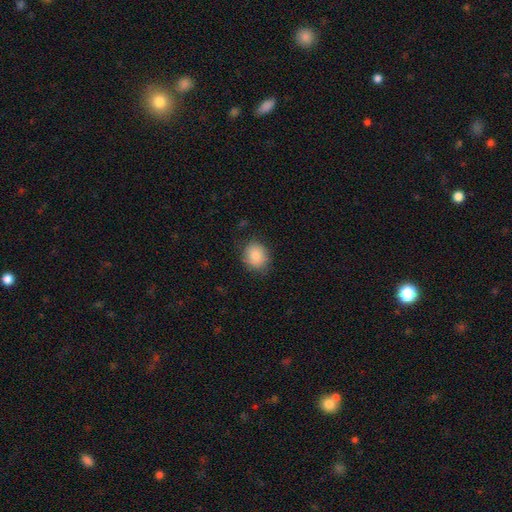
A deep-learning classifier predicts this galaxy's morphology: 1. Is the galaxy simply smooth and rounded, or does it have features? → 85% smooth, 8% star or artifact, 7% featured or disk.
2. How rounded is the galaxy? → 68% round, 31% in between, 1% cigar-shaped.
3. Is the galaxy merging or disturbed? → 77% none, 18% minor disturbance, 4% major disturbance, 1% merger.